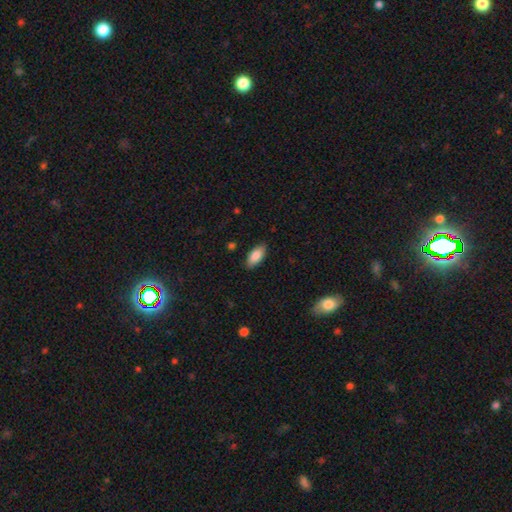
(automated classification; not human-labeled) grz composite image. It shows a smooth galaxy with no disk features (87%) that is in between round and cigar-shaped (90%). Merging: none (85%).